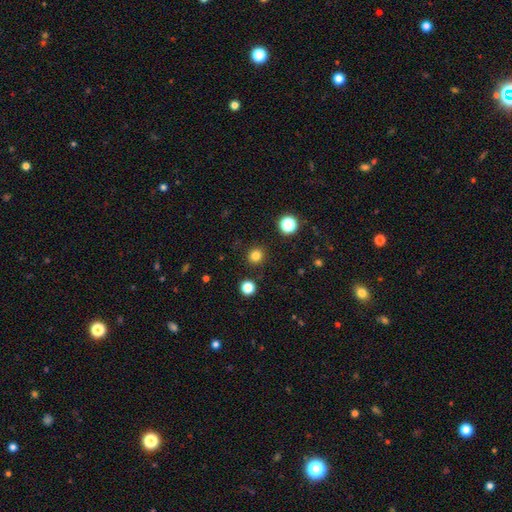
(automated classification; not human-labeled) Morphology: type=smooth (81%); roundness=round (92%); merging=none (91%).